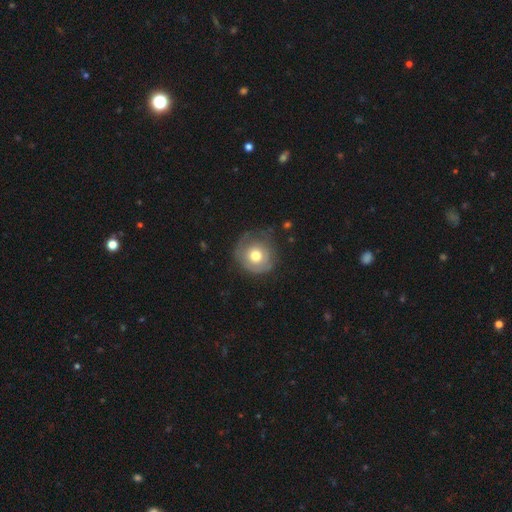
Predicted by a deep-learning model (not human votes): Smooth or featured: smooth — 60% (featured or disk — 32%)
How rounded: round — 91% (in between — 8%)
Merging: none — 61% (minor disturbance — 25%)